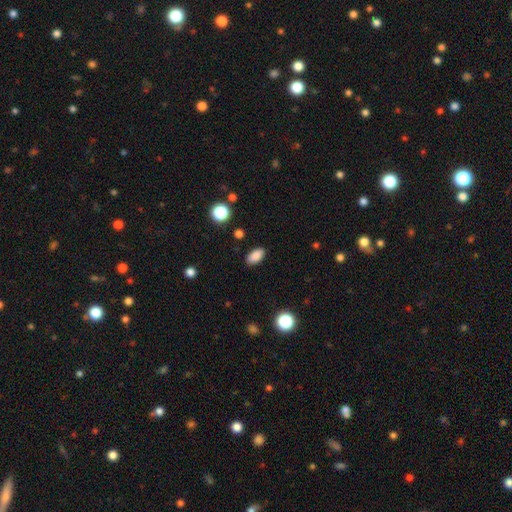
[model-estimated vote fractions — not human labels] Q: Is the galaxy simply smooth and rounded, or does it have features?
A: smooth — 86%.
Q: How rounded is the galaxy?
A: in between — 92%.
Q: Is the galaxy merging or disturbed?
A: none — 88%.